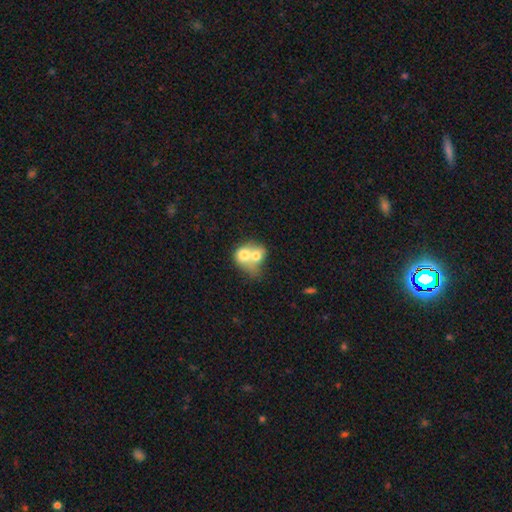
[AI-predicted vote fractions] Smooth or featured?
  - smooth: 66% *
  - featured or disk: 26%
  - star or artifact: 8%
How rounded?
  - round: 59% *
  - in between: 40%
  - cigar-shaped: 1%
Merging?
  - merger: 79% *
  - none: 12%
  - minor disturbance: 5%
  - major disturbance: 4%